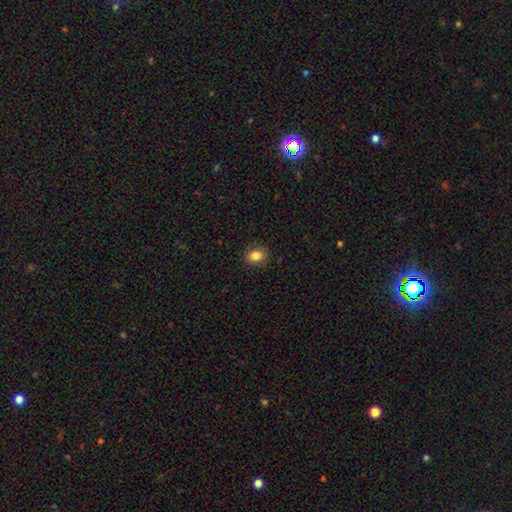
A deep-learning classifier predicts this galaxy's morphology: Q: Smooth or featured?
A: smooth (85%); runner-up: star or artifact (10%)
Q: How rounded?
A: in between (50%); runner-up: round (49%)
Q: Merging?
A: none (88%); runner-up: minor disturbance (9%)